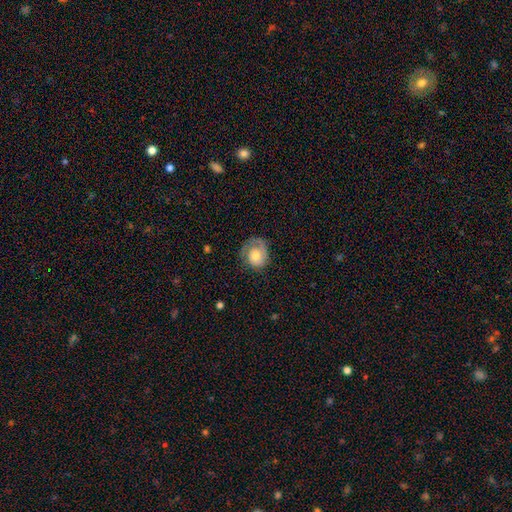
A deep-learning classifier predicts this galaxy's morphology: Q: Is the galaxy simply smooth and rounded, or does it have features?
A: featured or disk — 51%.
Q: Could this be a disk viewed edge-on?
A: no — 97%.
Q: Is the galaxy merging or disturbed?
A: none — 58%.